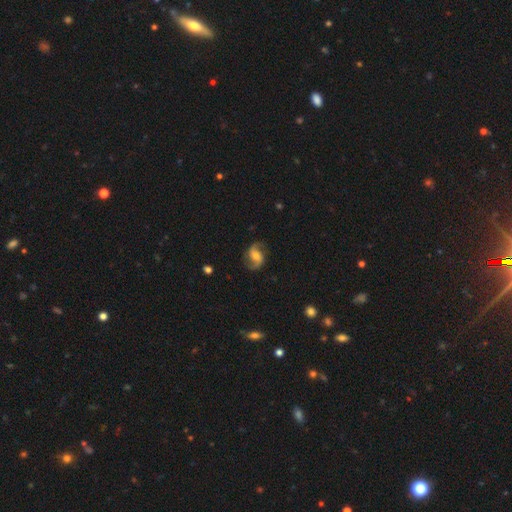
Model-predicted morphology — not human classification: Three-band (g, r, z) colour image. It shows a featured or disk galaxy (81%) with a weak bar (44%), 2 (92%) loose (50%) spiral arms (96%) and a moderate central bulge (53%). Merging: none (80%).